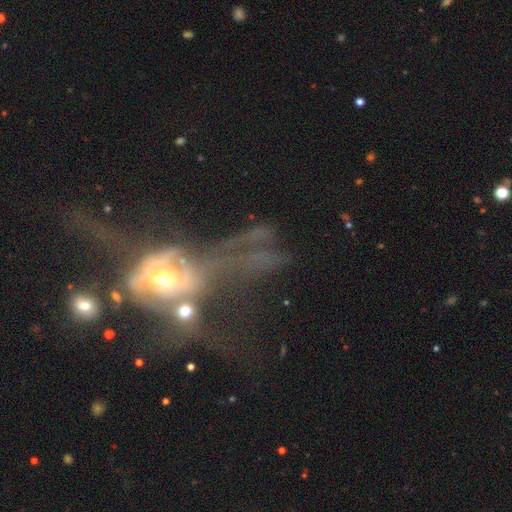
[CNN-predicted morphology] smooth-or-featured: featured or disk: 58% | star or artifact: 23% | smooth: 19%
  disk-edge-on: no: 86% | yes: 14%
  merging: major disturbance: 51% | merger: 30% | none: 12% | minor disturbance: 7%